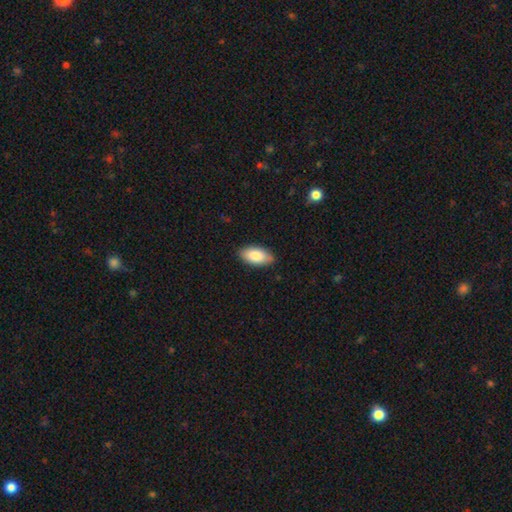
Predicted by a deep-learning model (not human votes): Q: Smooth or featured?
A: smooth (86%); runner-up: featured or disk (9%)
Q: How rounded?
A: in between (93%); runner-up: cigar-shaped (5%)
Q: Merging?
A: none (84%); runner-up: minor disturbance (13%)